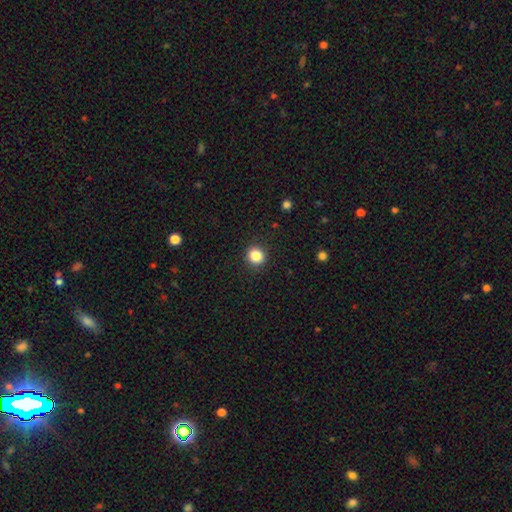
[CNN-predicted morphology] smooth 85%, star or artifact 11%, featured or disk 4%. Down the decision tree: how rounded — round (84%); merging — none (90%).